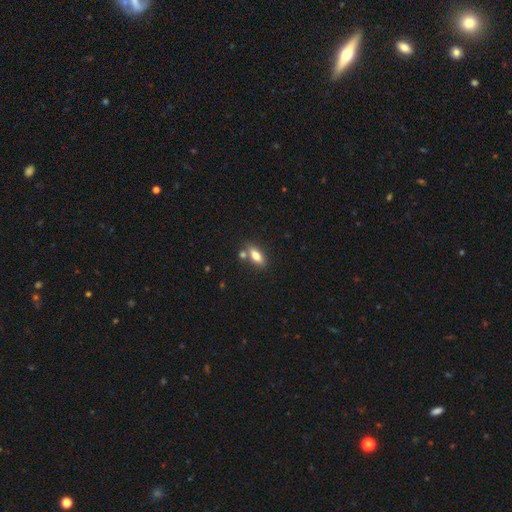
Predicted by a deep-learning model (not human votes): smooth 70%, featured or disk 22%, star or artifact 8%. Down the decision tree: how rounded — in between (73%); merging — none (67%).